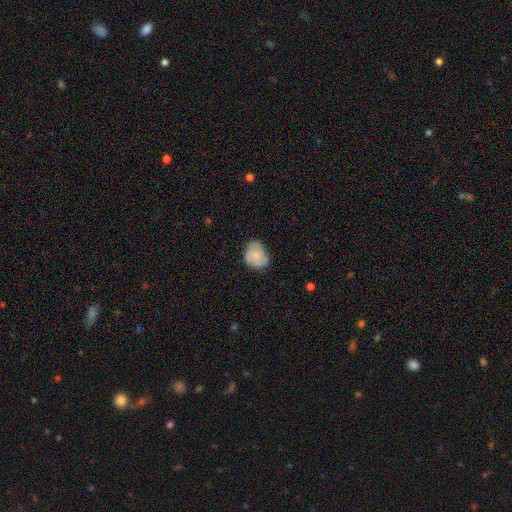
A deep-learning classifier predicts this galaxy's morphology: The model was most divided on "how rounded": round: 53%, in between: 46%, cigar-shaped: 1%. More confident: smooth or featured — smooth (73%); merging — none (59%).